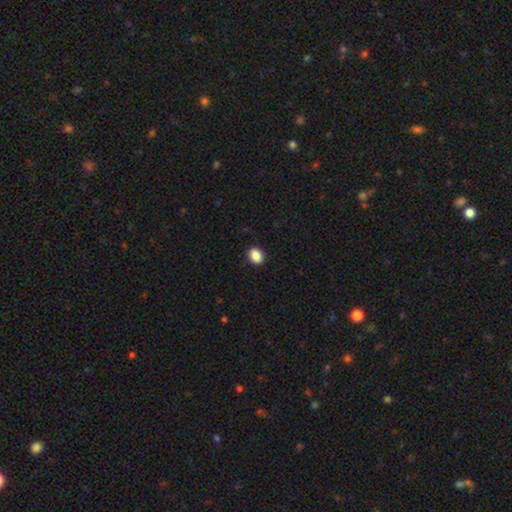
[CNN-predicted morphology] Overall: smooth (88%). How rounded: round (53%; in between 46%). Merging: none (91%).